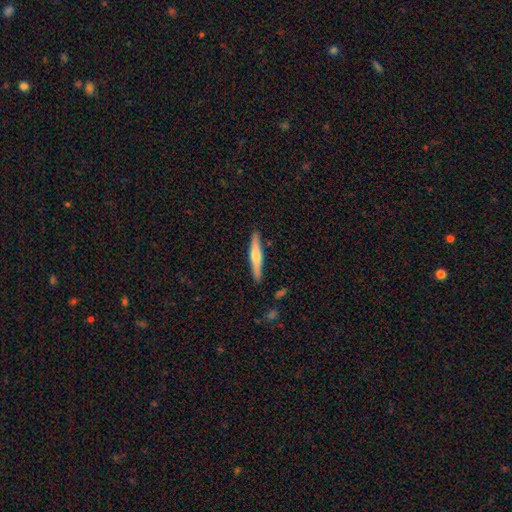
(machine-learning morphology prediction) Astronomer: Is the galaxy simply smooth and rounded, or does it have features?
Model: smooth — 52% (runner-up: featured or disk, 43%).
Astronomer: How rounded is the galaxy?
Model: cigar-shaped — 92%.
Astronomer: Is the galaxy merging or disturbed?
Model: none — 89%.